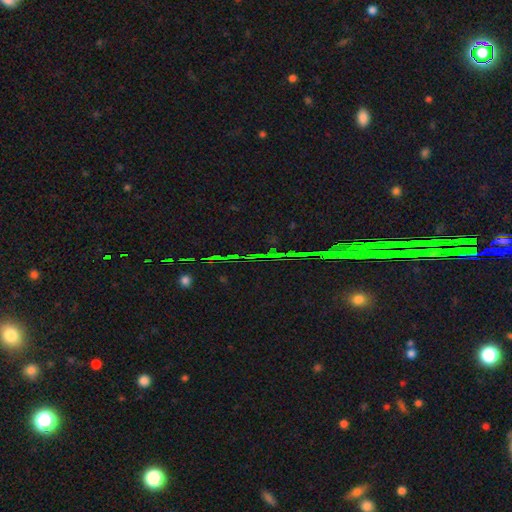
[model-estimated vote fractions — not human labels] smooth_or_featured: star or artifact (p=0.83) [alt: smooth p=0.09]